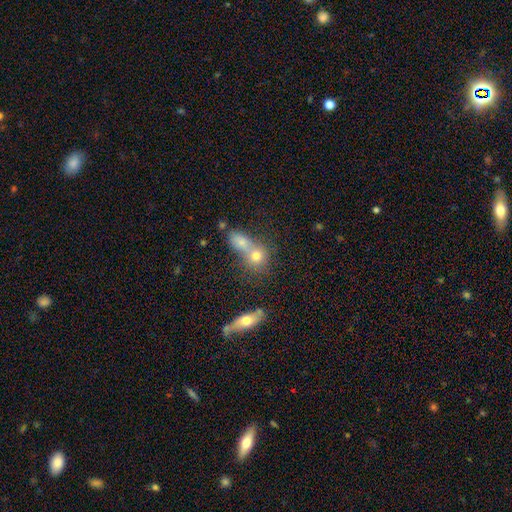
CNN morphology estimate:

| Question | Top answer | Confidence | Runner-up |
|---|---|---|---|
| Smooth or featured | smooth | 58% | featured or disk (24%) |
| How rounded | round | 59% | in between (34%) |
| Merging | merger | 55% | none (33%) |